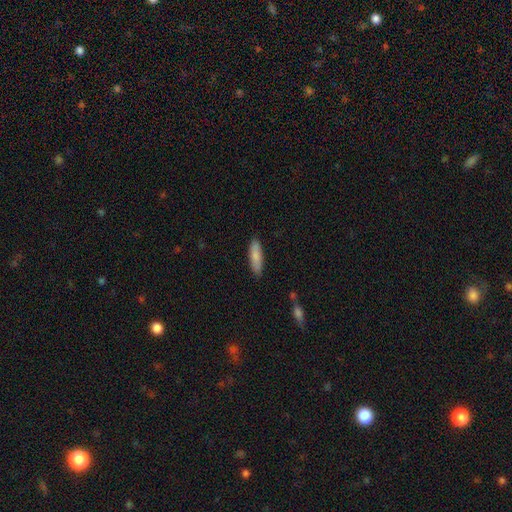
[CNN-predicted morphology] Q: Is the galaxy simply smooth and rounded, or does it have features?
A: smooth — 83%.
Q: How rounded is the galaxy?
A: cigar-shaped — 65%.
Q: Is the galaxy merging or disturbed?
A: none — 87%.